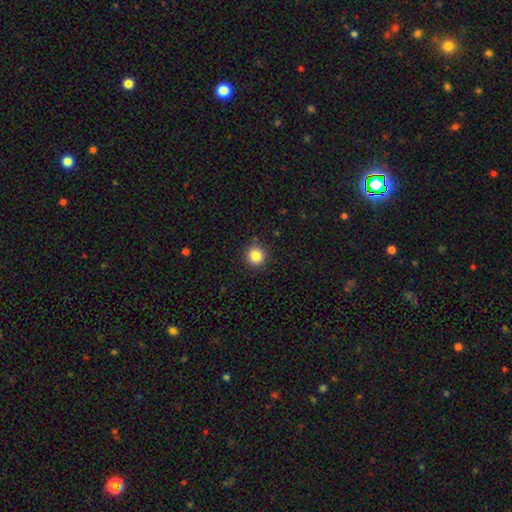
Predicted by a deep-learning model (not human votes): This appears to be a smooth galaxy with no disk features (85%) that is round (94%). Merging: none (91%).